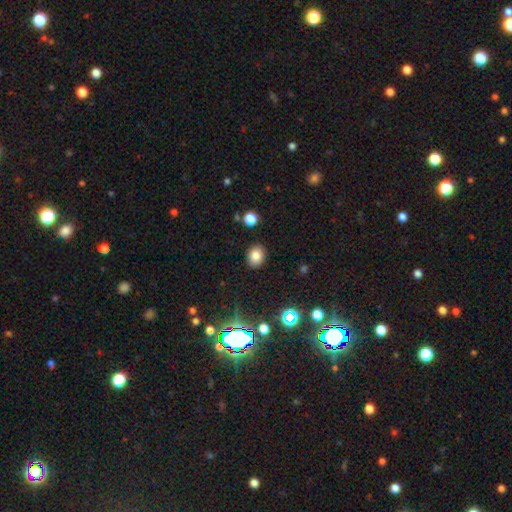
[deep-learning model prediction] Smooth or featured? smooth (80%)
How rounded? in between (51%)
Merging? none (87%)